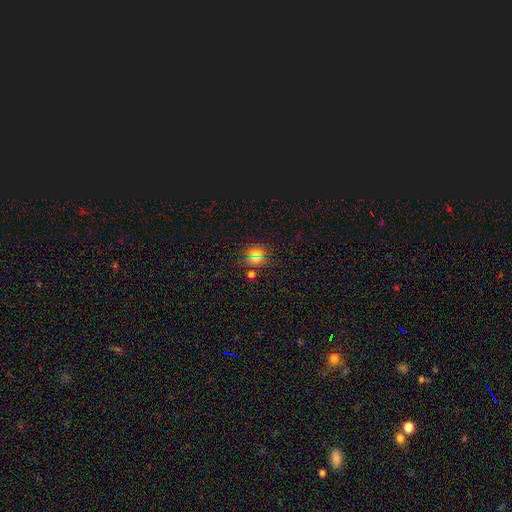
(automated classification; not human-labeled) This appears to be a star or artifact, not a galaxy (47%).